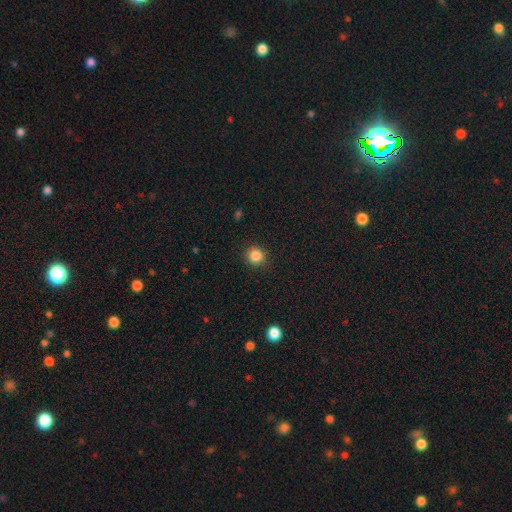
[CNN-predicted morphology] A smooth galaxy with no disk features (85%) that is round (91%). Merging: none (89%).